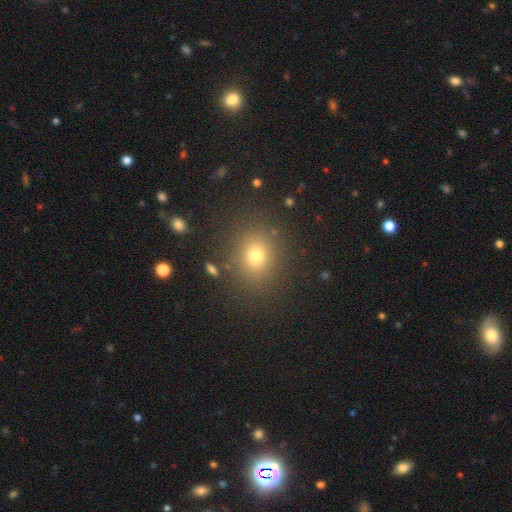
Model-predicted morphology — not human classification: Overall: smooth (74%). How rounded: round (71%). Merging: none (86%).